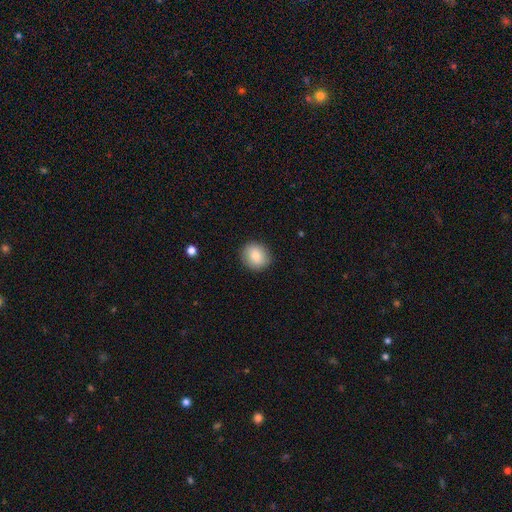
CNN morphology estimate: This is clearly a smooth galaxy (80%). How rounded: clearly round (82%). Merging: clearly none (89%).